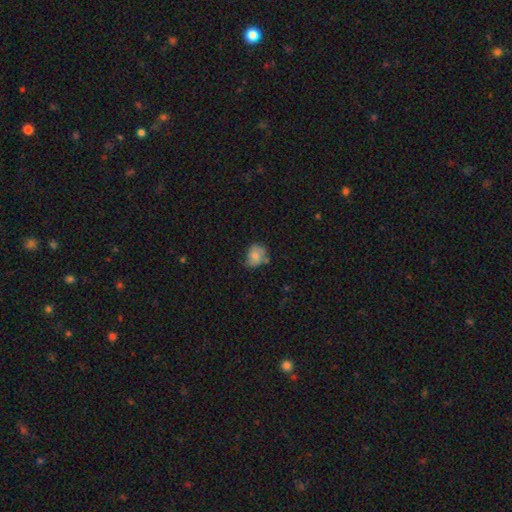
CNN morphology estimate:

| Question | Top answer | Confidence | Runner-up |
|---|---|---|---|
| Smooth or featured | smooth | 69% | featured or disk (22%) |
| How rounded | round | 55% | in between (44%) |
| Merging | none | 47% | minor disturbance (37%) |